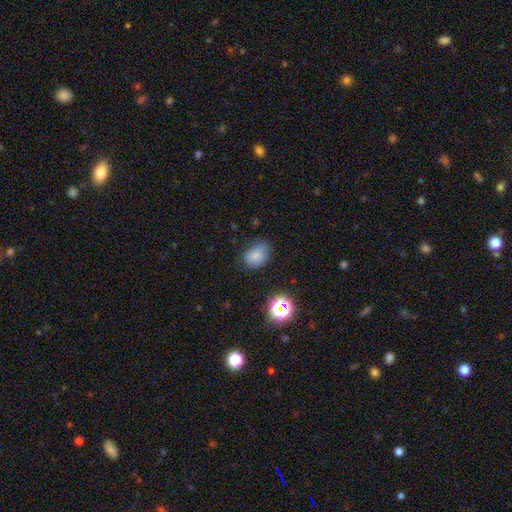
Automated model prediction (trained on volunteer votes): Smooth or featured: smooth — 80% (star or artifact — 14%)
How rounded: in between — 67% (round — 32%)
Merging: none — 69% (minor disturbance — 23%)